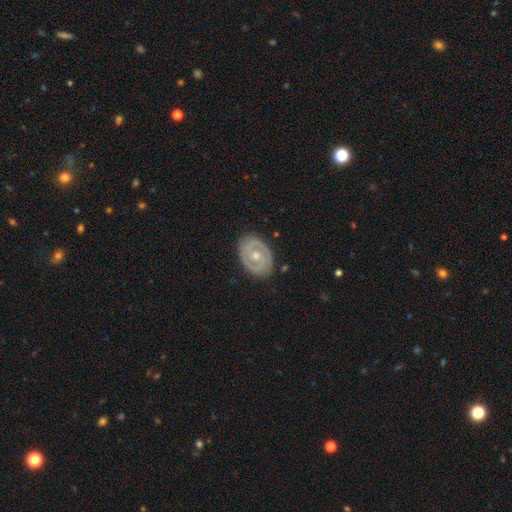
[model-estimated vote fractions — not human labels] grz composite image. It shows a featured or disk galaxy (80%) with no bar (69%), 2 (77%) tight (65%) spiral arms (77%) and a moderate central bulge (60%). Merging: none (85%).